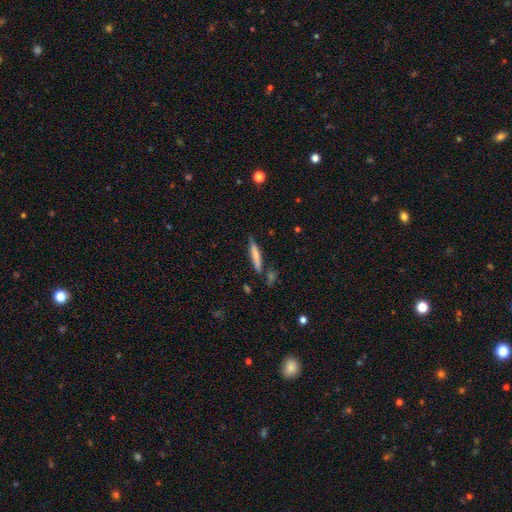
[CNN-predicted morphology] Smooth or featured?
  - smooth: 66% *
  - featured or disk: 28%
  - star or artifact: 6%
How rounded?
  - cigar-shaped: 92% *
  - in between: 6%
  - round: 1%
Merging?
  - none: 77% *
  - minor disturbance: 14%
  - merger: 6%
  - major disturbance: 3%